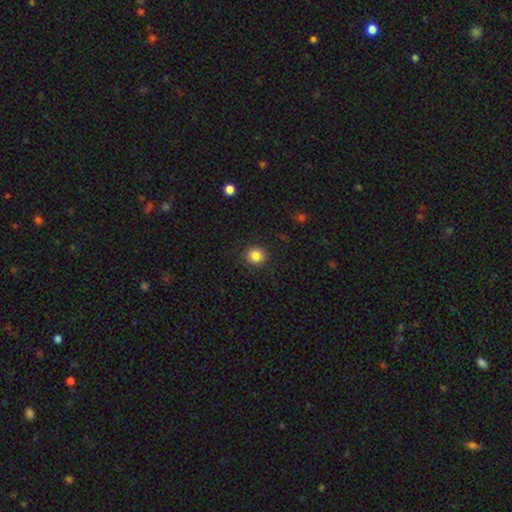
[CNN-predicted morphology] A smooth galaxy with no disk features (85%) that is round (90%). Merging: none (90%).